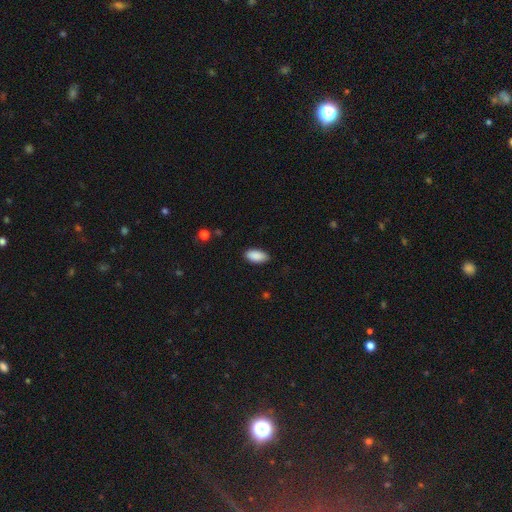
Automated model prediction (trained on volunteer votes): Smooth or featured? smooth (90%)
How rounded? in between (92%)
Merging? none (85%)